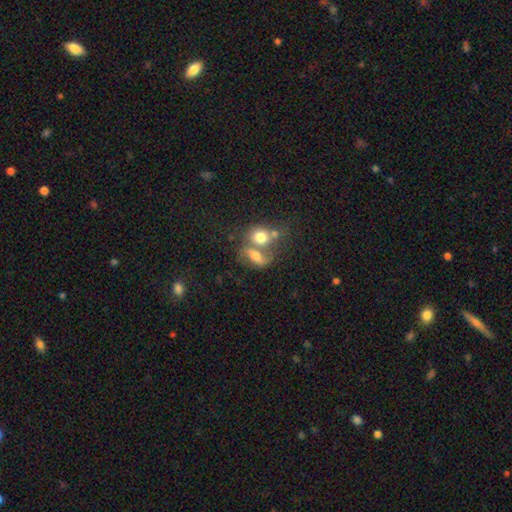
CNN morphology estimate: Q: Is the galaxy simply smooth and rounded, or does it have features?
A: smooth — 56%.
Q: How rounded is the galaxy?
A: in between — 62%.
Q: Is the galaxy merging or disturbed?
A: merger — 57%.